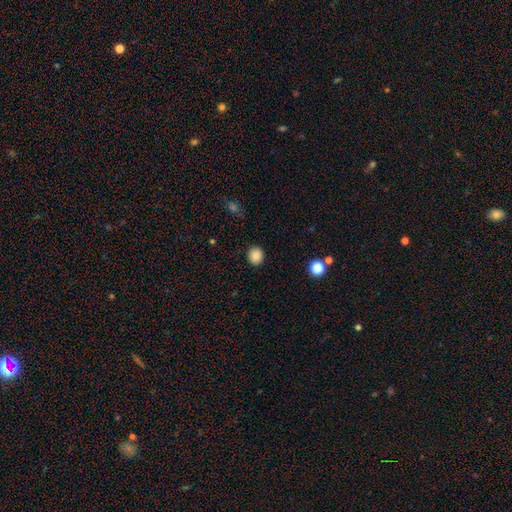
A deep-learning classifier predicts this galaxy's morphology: smooth_or_featured: smooth (p=0.86) [alt: star or artifact p=0.09]
how_rounded: round (p=0.77) [alt: in between p=0.22]
merging: none (p=0.90) [alt: minor disturbance p=0.06]